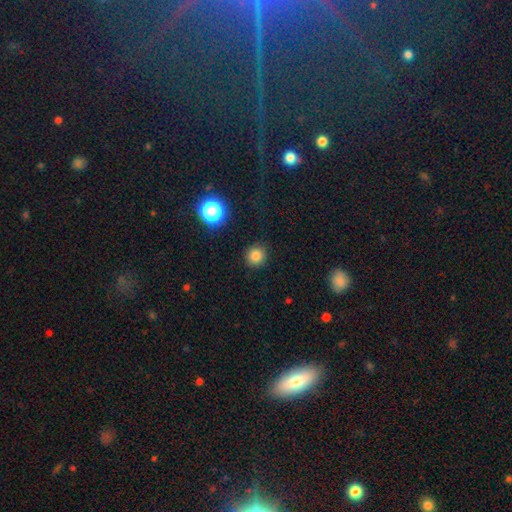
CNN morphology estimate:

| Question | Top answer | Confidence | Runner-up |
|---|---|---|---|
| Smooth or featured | smooth | 81% | star or artifact (14%) |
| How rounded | round | 93% | in between (6%) |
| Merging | none | 91% | minor disturbance (6%) |